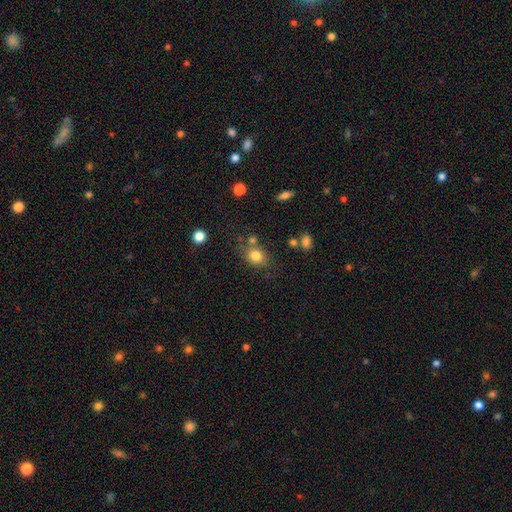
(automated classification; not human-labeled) Smooth or featured? smooth (80%)
How rounded? round (56%)
Merging? none (67%)